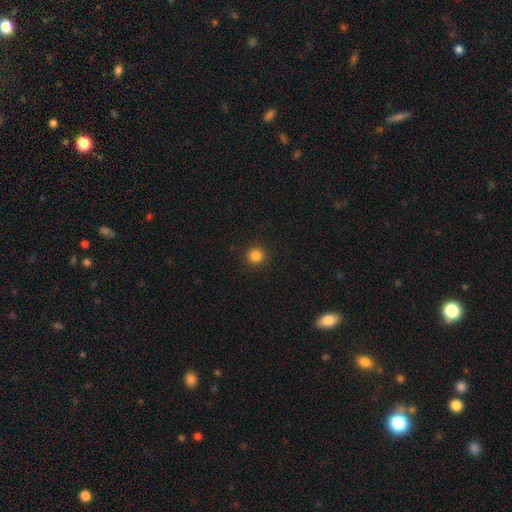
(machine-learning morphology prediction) This is clearly a smooth galaxy (84%). How rounded: clearly round (94%). Merging: clearly none (92%).